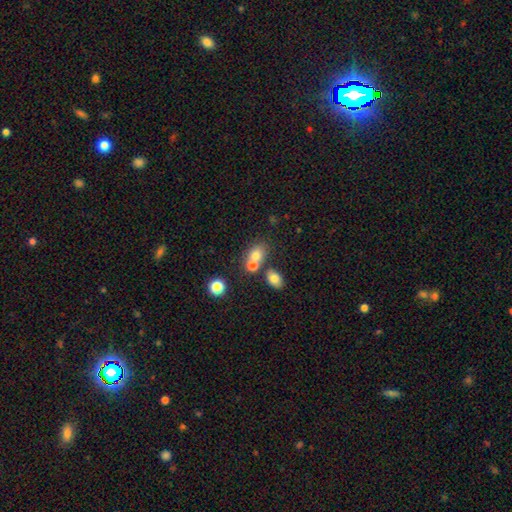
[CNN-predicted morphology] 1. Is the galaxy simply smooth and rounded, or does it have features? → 73% smooth, 14% star or artifact, 13% featured or disk.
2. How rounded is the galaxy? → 50% in between, 49% round, 1% cigar-shaped.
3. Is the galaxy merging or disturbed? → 43% none (tied), 43% merger (tied), 10% minor disturbance, 4% major disturbance.